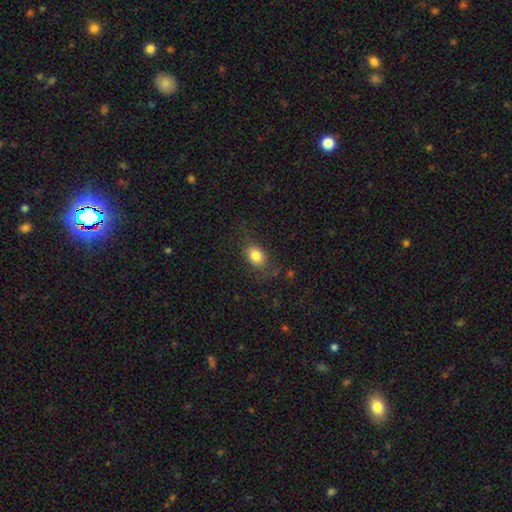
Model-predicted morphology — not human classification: Q: Smooth or featured?
A: smooth (82%); runner-up: star or artifact (10%)
Q: How rounded?
A: in between (72%); runner-up: round (27%)
Q: Merging?
A: none (73%); runner-up: minor disturbance (17%)